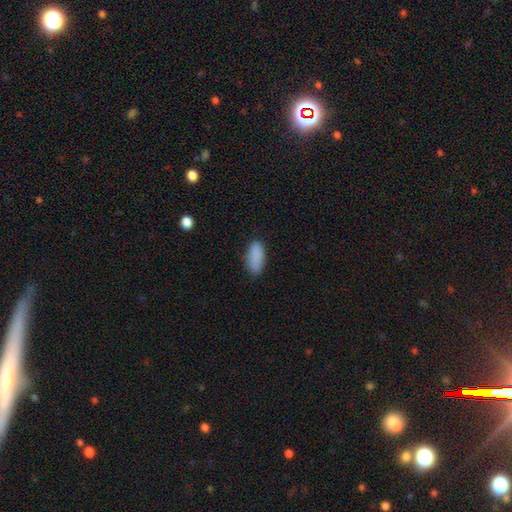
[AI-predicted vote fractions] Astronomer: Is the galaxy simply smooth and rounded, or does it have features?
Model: smooth — 88%.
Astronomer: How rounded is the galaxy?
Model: in between — 88%.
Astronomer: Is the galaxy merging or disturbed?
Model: none — 80%.